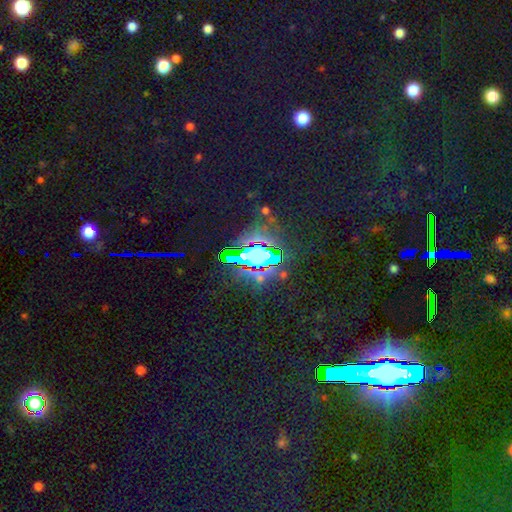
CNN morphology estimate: smooth-or-featured: star or artifact: 70% | smooth: 19% | featured or disk: 11%